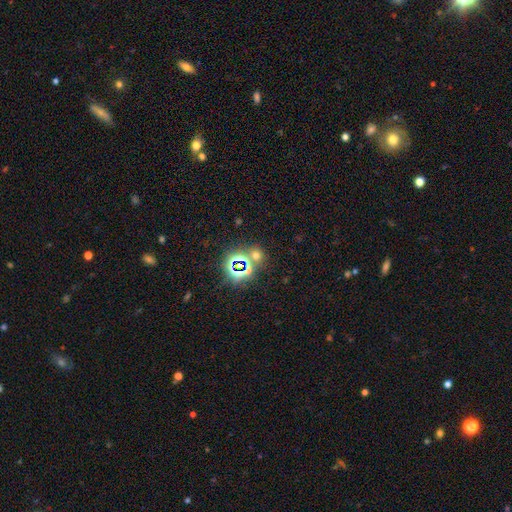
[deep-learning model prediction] This appears to be a star or artifact, not a galaxy (51%).